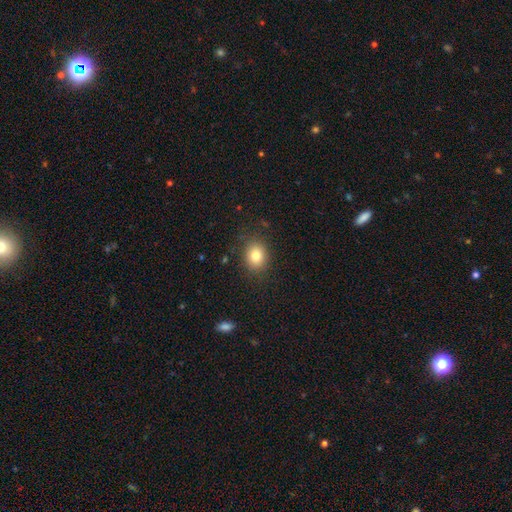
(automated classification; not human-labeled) Q: Smooth or featured?
A: smooth (81%); runner-up: star or artifact (11%)
Q: How rounded?
A: round (53%); runner-up: in between (46%)
Q: Merging?
A: none (85%); runner-up: minor disturbance (10%)